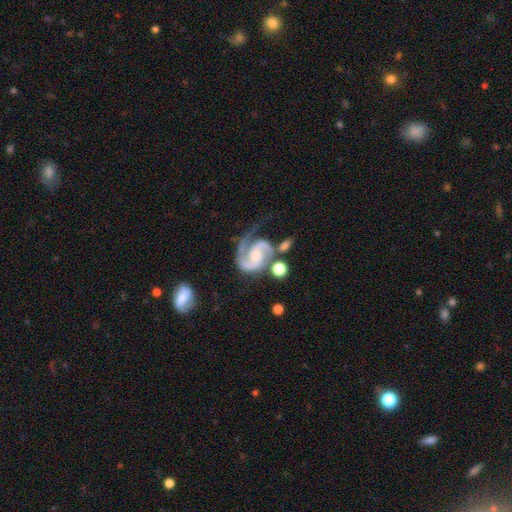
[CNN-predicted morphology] type=featured or disk (92%); edge-on=no (98%); bar=no (55%); spiral arms=yes (98%); winding=medium (56%); arm count=2 (91%); bulge=small (47%); merging=none (53%).